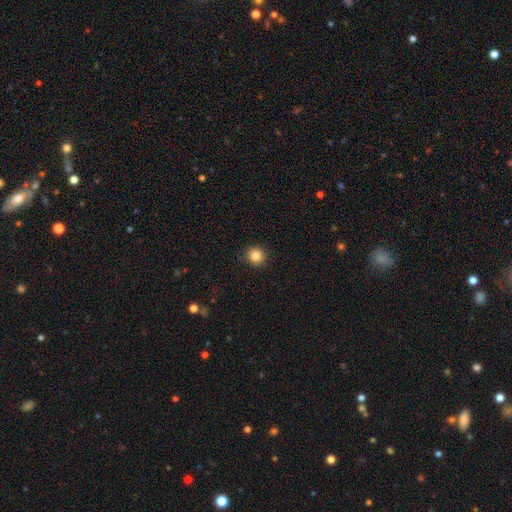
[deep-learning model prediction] Overall: smooth (84%). How rounded: round (93%). Merging: none (91%).